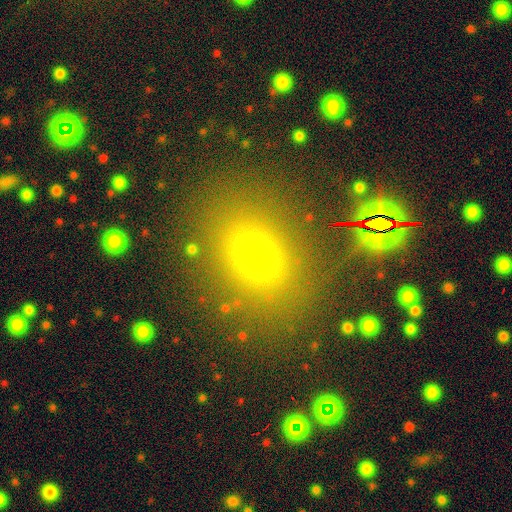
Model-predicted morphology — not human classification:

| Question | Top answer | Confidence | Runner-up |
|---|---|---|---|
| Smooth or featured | smooth | 66% | star or artifact (24%) |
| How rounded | in between | 56% | round (42%) |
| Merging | none | 81% | minor disturbance (10%) |